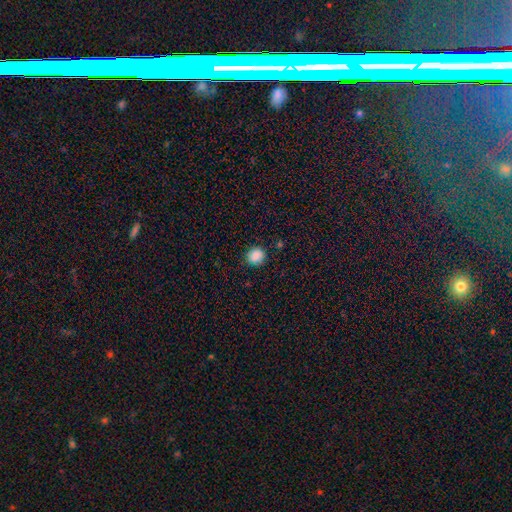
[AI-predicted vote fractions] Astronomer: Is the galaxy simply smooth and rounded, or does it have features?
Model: smooth — 88%.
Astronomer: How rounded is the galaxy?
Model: round — 82%.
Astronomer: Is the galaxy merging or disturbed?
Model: none — 86%.